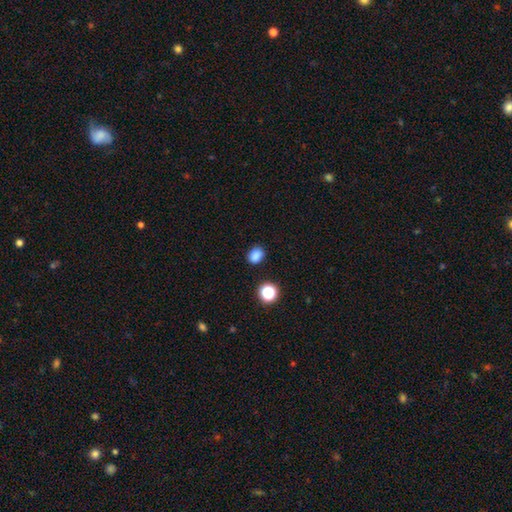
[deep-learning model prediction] Smooth or featured? smooth (84%)
How rounded? in between (59%)
Merging? none (84%)